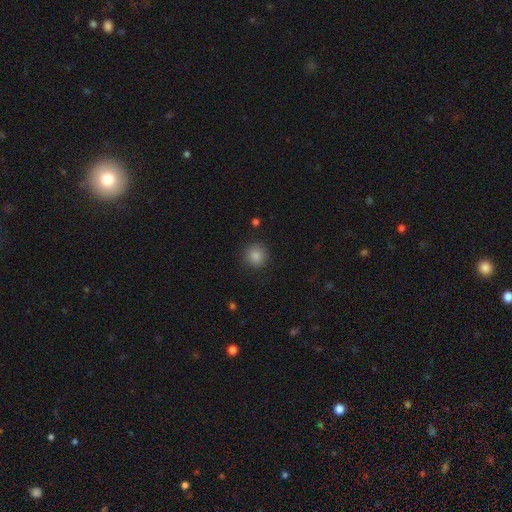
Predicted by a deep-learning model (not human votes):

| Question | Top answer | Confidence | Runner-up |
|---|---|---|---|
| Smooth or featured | smooth | 86% | star or artifact (10%) |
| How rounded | round | 94% | in between (5%) |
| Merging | none | 90% | minor disturbance (6%) |